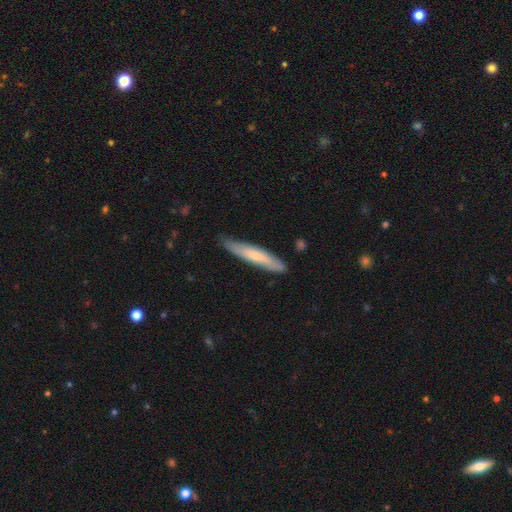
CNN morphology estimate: The model was most divided on "smooth or featured": smooth: 62%, featured or disk: 33%, star or artifact: 5%. More confident: how rounded — cigar-shaped (91%); merging — none (81%).